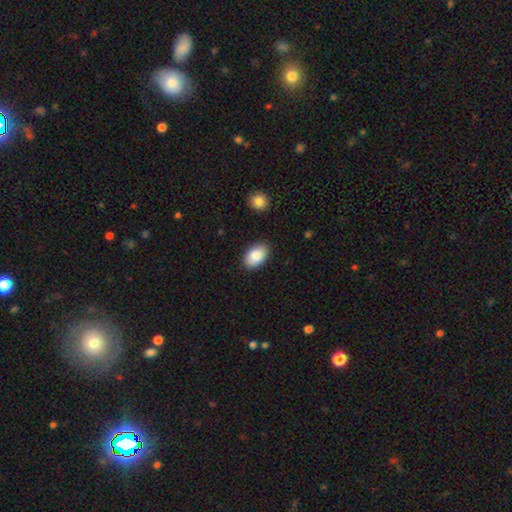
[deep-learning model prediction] Overall: smooth (87%). How rounded: in between (92%). Merging: none (87%).